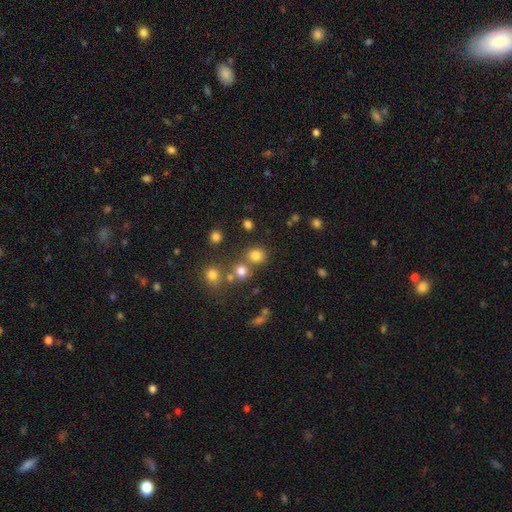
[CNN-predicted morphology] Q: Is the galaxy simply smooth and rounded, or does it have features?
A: smooth — 77%.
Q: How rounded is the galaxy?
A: round — 81%.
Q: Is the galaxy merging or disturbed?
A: none — 69%.